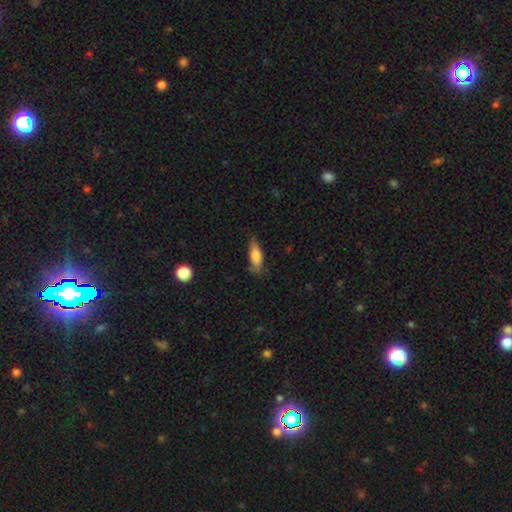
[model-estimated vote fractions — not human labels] Q: Smooth or featured?
A: smooth (73%); runner-up: featured or disk (20%)
Q: How rounded?
A: in between (58%); runner-up: cigar-shaped (39%)
Q: Merging?
A: none (69%); runner-up: minor disturbance (24%)